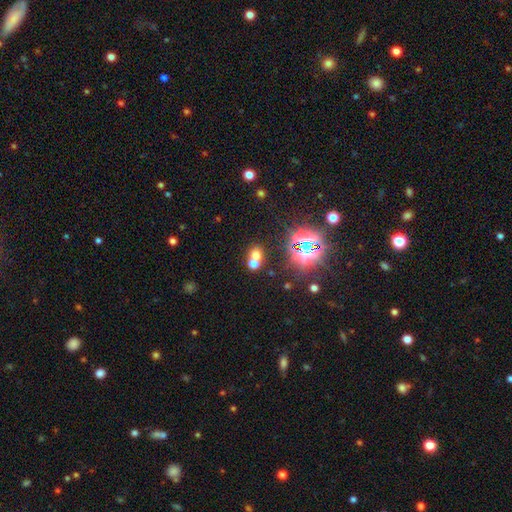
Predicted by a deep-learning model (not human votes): smooth-or-featured: smooth: 56% | star or artifact: 31% | featured or disk: 13%
  how-rounded: round: 67% | in between: 32% | cigar-shaped: 1%
  merging: merger: 46% | none: 44% | minor disturbance: 6% | major disturbance: 3%